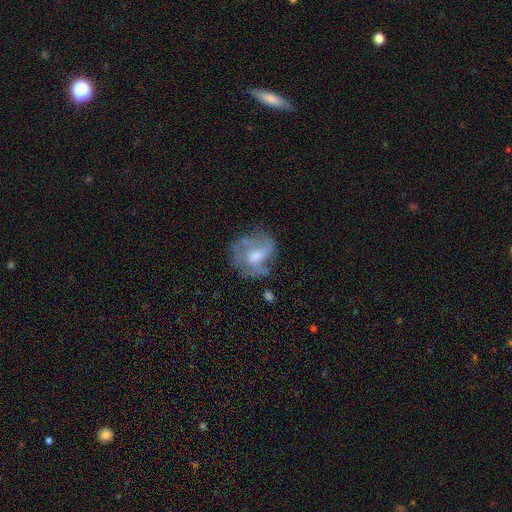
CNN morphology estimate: Smooth or featured: featured or disk — 59% (smooth — 32%)
Edge-on disk: no — 97% (yes — 3%)
Bar: no — 55% (weak — 37%)
Spiral arms: yes — 57% (no — 43%)
Bulge size: moderate — 57% (small — 20%)
Merging: none — 49% (minor disturbance — 25%)